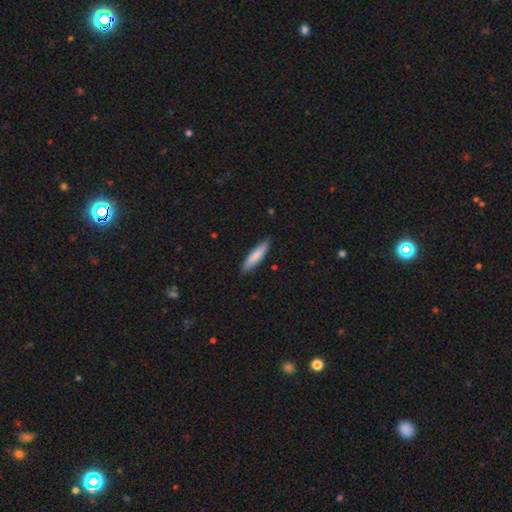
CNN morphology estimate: Smooth or featured?
  - smooth: 83% *
  - featured or disk: 12%
  - star or artifact: 5%
How rounded?
  - cigar-shaped: 76% *
  - in between: 22%
  - round: 1%
Merging?
  - none: 87% *
  - minor disturbance: 10%
  - major disturbance: 2%
  - merger: 1%